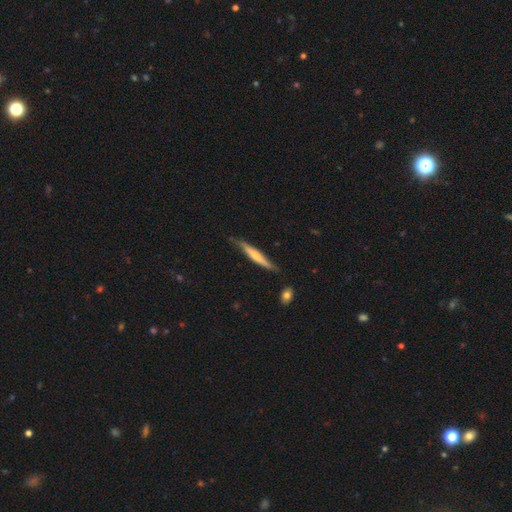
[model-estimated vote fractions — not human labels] Smooth or featured? smooth (51%)
How rounded? cigar-shaped (93%)
Merging? none (73%)